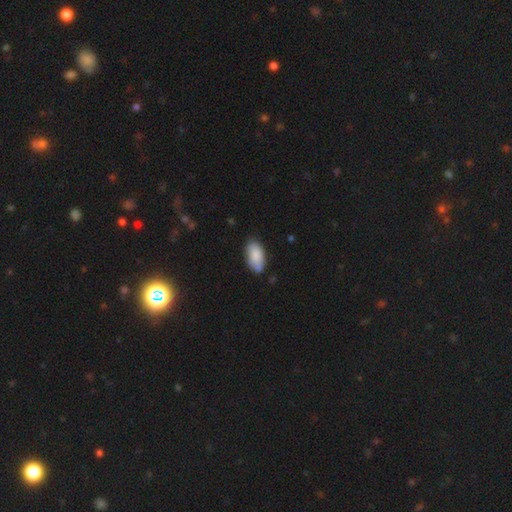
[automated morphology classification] type=smooth (85%); roundness=in between (94%); merging=none (70%).